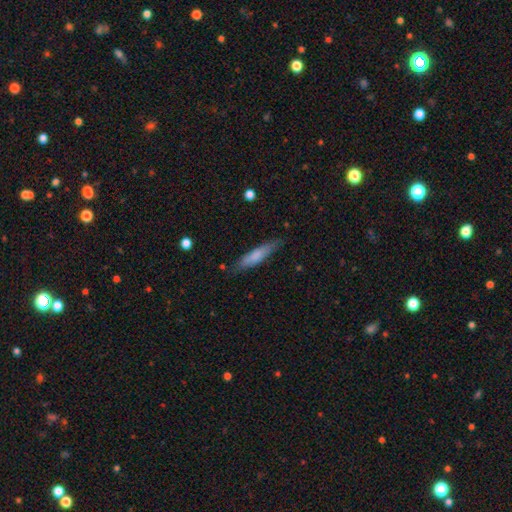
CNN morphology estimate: The model was most divided on "smooth or featured": smooth: 70%, featured or disk: 24%, star or artifact: 6%. More confident: how rounded — cigar-shaped (83%); merging — none (79%).